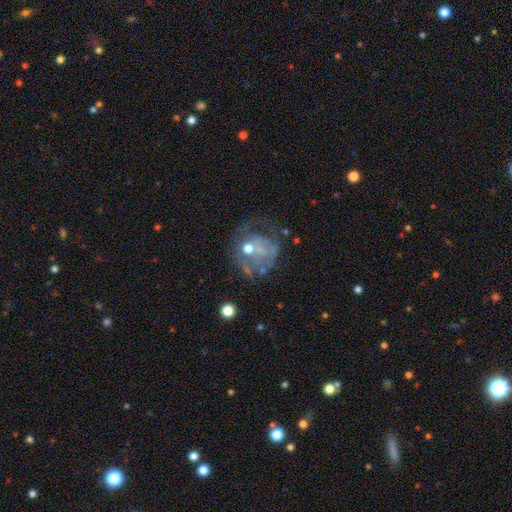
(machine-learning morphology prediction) type=featured or disk (62%); edge-on=no (97%); bar=no (77%); spiral arms=no (56%); bulge=small (47%); merging=none (42%).